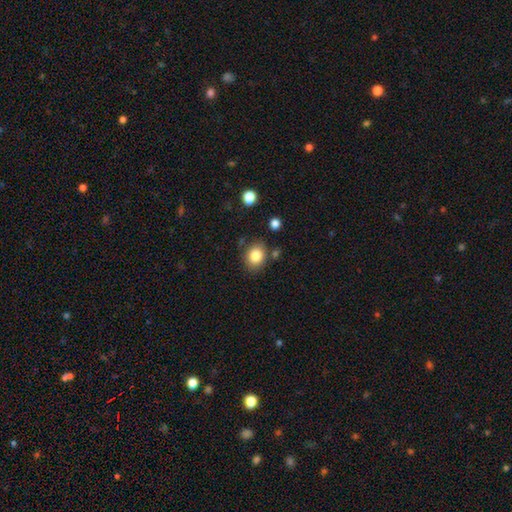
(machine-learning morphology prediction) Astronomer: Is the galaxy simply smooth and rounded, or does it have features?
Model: smooth — 84%.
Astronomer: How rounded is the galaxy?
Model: round — 57% (runner-up: in between, 43%).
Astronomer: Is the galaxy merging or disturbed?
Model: none — 79%.